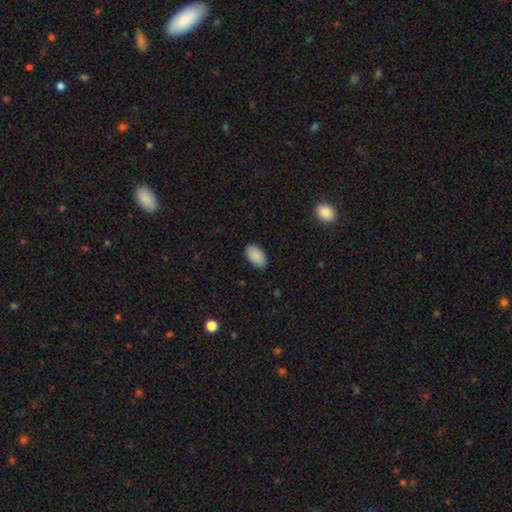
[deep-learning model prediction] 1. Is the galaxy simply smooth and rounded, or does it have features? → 89% smooth, 7% star or artifact, 4% featured or disk.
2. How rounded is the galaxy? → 95% in between, 4% round, 2% cigar-shaped.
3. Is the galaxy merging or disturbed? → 83% none, 14% minor disturbance, 2% major disturbance, 1% merger.